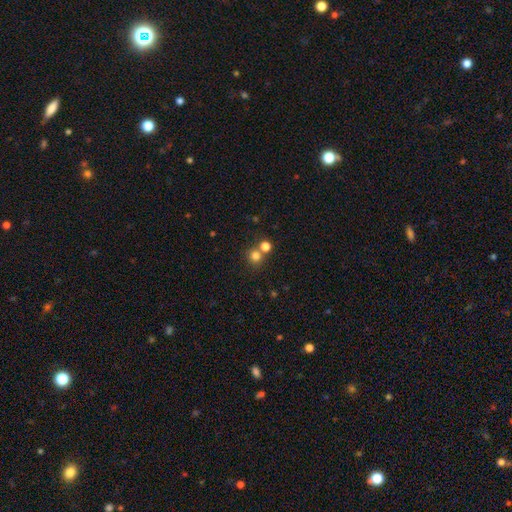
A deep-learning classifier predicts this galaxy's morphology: smooth_or_featured: smooth (p=0.77) [alt: star or artifact p=0.16]
how_rounded: round (p=0.91) [alt: in between p=0.08]
merging: none (p=0.62) [alt: merger p=0.29]